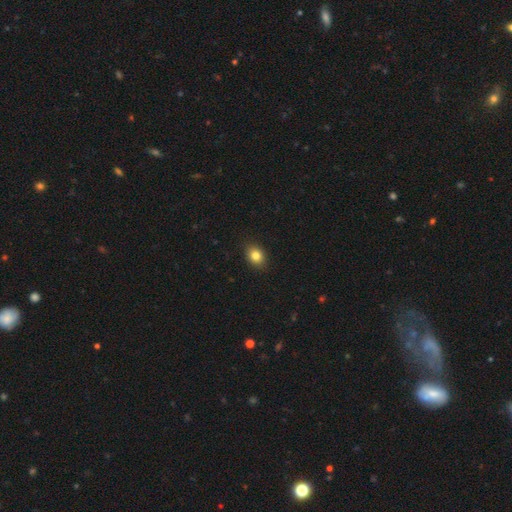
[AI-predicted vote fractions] Q: Smooth or featured?
A: smooth (83%); runner-up: star or artifact (10%)
Q: How rounded?
A: in between (55%); runner-up: round (44%)
Q: Merging?
A: none (90%); runner-up: minor disturbance (8%)